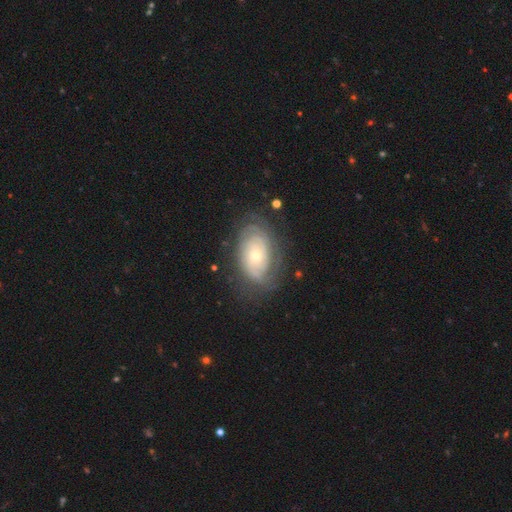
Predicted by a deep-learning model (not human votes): Overall: featured or disk (76%). Edge-on disk: no (95%). Bar: no (81%). Spiral arms: yes (89%). Spiral arm count: can't tell (50%; 2 18%). Spiral winding: tight (75%). Bulge size: small (56%; moderate 39%). Merging: none (73%).